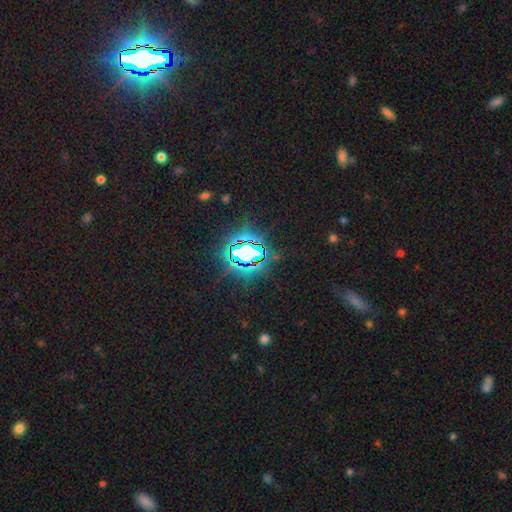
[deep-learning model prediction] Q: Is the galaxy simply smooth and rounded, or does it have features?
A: star or artifact — 82%.